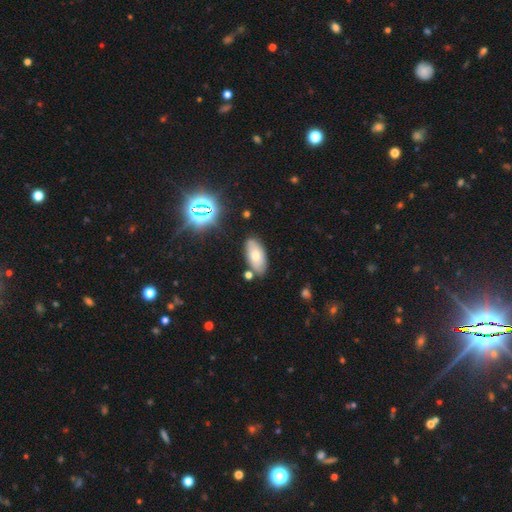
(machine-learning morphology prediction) type=smooth (65%); roundness=in between (91%); merging=none (78%).